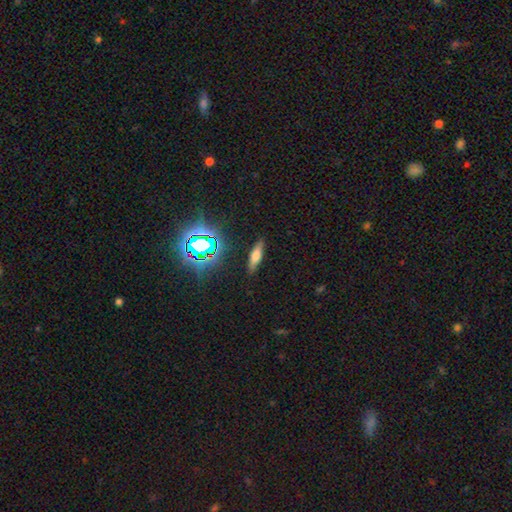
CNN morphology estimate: A smooth galaxy with no disk features (55%) that is cigar-shaped (64%). Merging: none (86%).